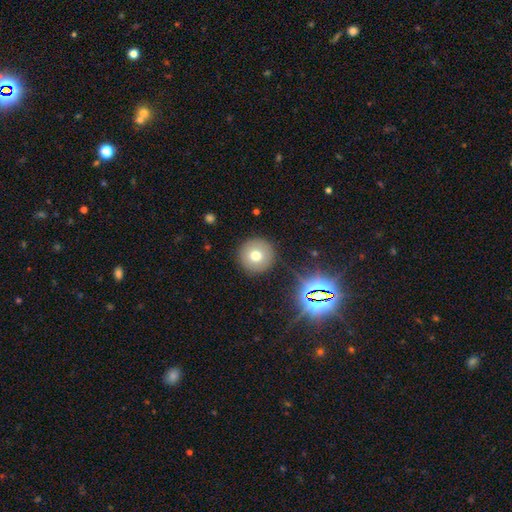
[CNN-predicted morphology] Q: Smooth or featured?
A: smooth (70%); runner-up: star or artifact (16%)
Q: How rounded?
A: round (96%); runner-up: in between (3%)
Q: Merging?
A: none (90%); runner-up: minor disturbance (6%)